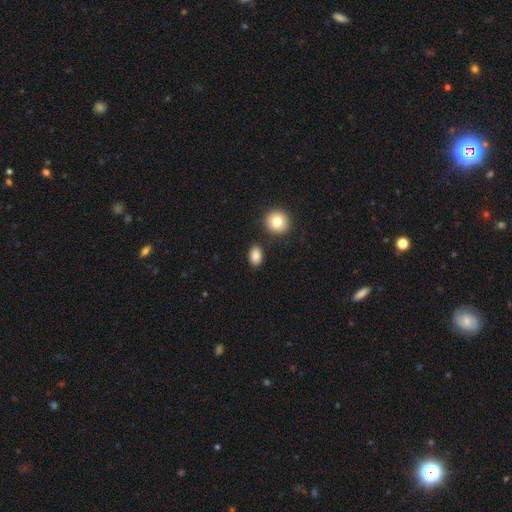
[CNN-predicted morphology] Smooth or featured?
  - smooth: 85% *
  - star or artifact: 9%
  - featured or disk: 7%
How rounded?
  - in between: 78% *
  - round: 21%
  - cigar-shaped: 1%
Merging?
  - none: 84% *
  - minor disturbance: 9%
  - merger: 5%
  - major disturbance: 2%